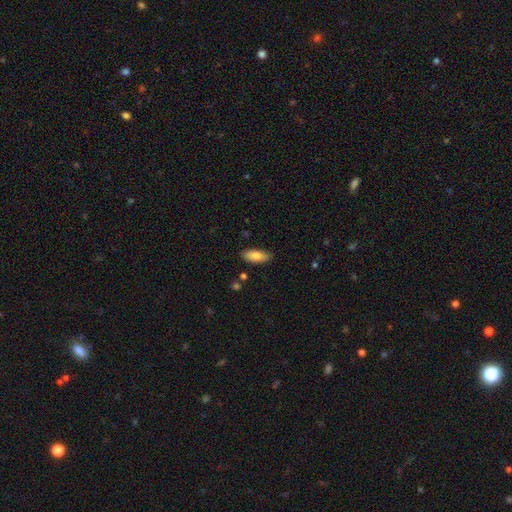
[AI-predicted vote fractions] This is clearly a smooth galaxy (85%). How rounded: likely in between (78%). Merging: clearly none (85%).